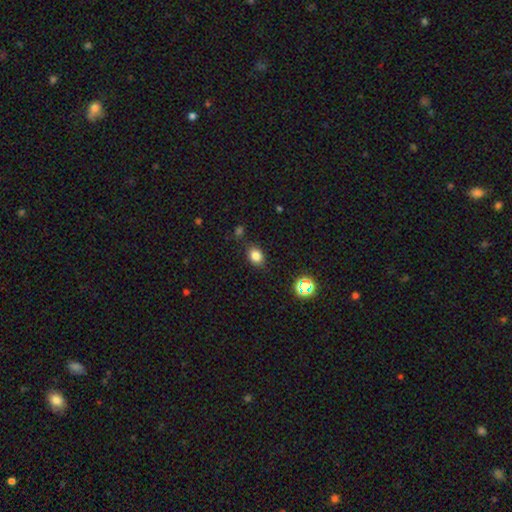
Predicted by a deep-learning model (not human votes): Overall: smooth (80%). How rounded: in between (61%; round 38%). Merging: none (82%).